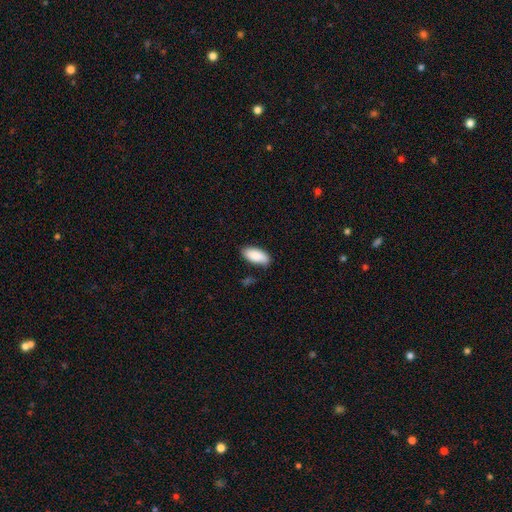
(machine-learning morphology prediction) Q: Smooth or featured?
A: smooth (89%); runner-up: star or artifact (6%)
Q: How rounded?
A: in between (90%); runner-up: cigar-shaped (8%)
Q: Merging?
A: none (79%); runner-up: minor disturbance (16%)